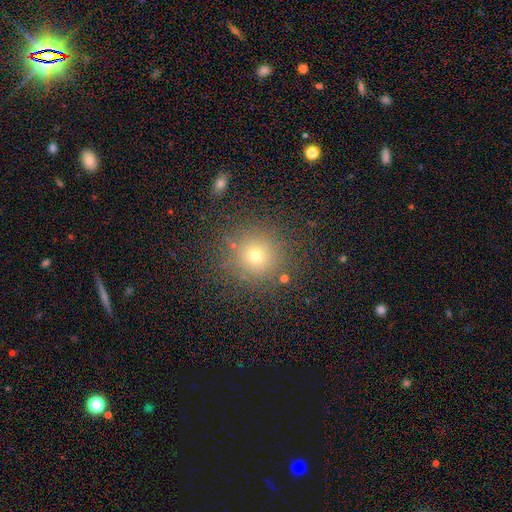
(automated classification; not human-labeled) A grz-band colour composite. It shows a smooth galaxy with no disk features (69%) that is round (93%). Merging: none (84%).